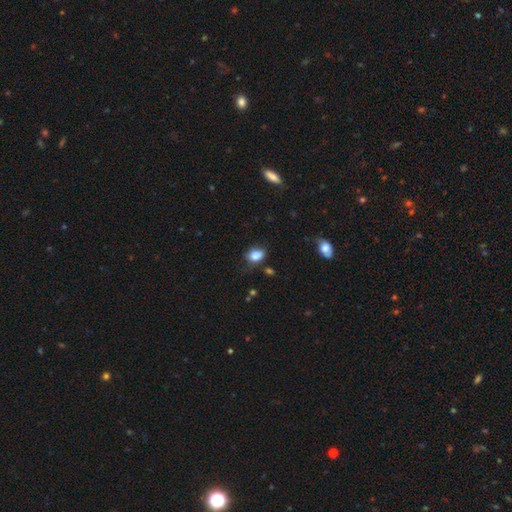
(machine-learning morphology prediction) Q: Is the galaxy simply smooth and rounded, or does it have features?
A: smooth — 84%.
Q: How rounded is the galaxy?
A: in between — 74%.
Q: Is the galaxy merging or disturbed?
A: none — 58%.